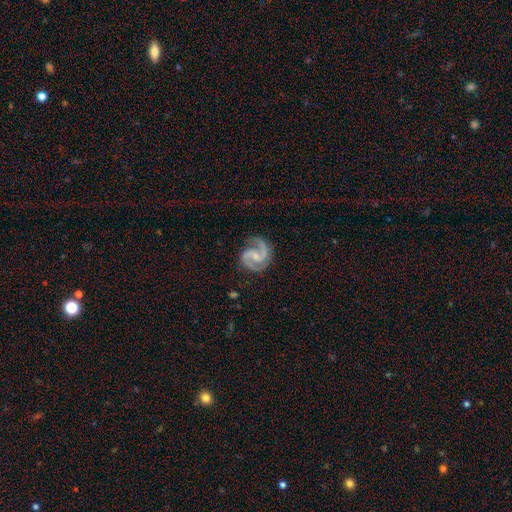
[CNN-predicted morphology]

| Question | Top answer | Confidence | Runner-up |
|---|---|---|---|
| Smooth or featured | featured or disk | 92% | star or artifact (4%) |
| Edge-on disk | no | 98% | yes (2%) |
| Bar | weak | 49% | no (34%) |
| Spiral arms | yes | 98% | no (2%) |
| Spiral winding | medium | 64% | tight (20%) |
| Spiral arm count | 2 | 93% | 3 (2%) |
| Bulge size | small | 58% | moderate (20%) |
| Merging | none | 79% | minor disturbance (15%) |